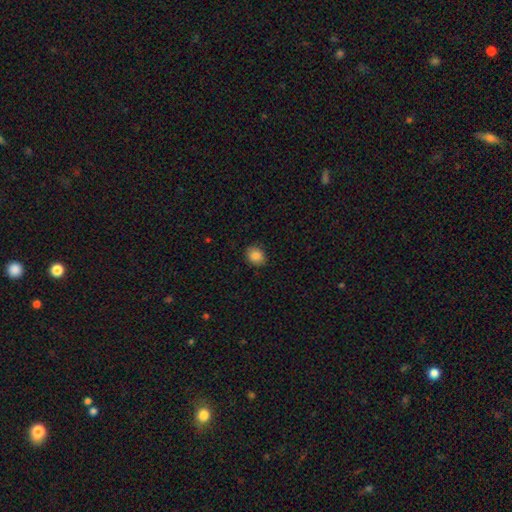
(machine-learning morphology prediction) Overall: smooth (86%). How rounded: round (59%; in between 40%). Merging: none (87%).